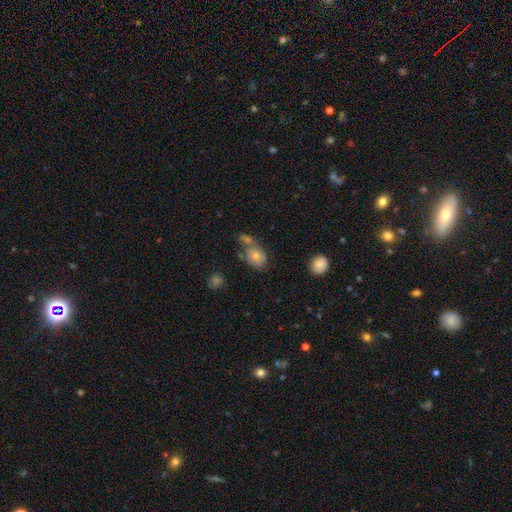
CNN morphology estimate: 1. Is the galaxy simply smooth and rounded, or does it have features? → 73% smooth, 18% featured or disk, 9% star or artifact.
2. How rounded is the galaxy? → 63% in between, 36% round, 1% cigar-shaped.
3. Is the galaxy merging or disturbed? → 40% none, 35% merger, 17% minor disturbance, 8% major disturbance.